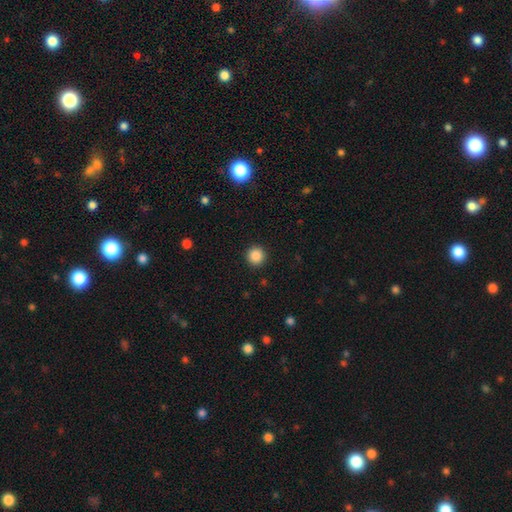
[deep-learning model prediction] smooth-or-featured: smooth: 86% | star or artifact: 10% | featured or disk: 3%
  how-rounded: round: 95% | in between: 4% | cigar-shaped: 1%
  merging: none: 92% | minor disturbance: 5% | major disturbance: 2% | merger: 1%